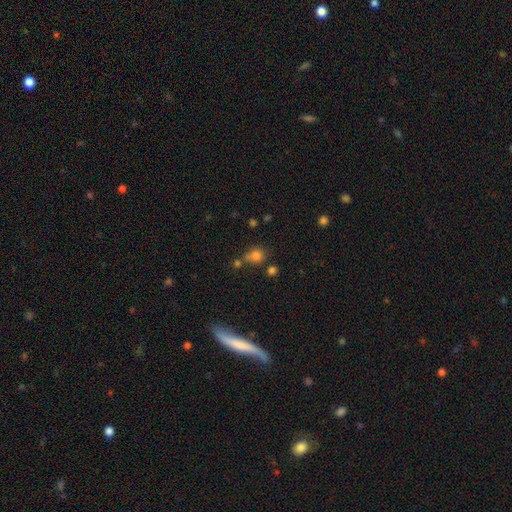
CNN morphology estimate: Smooth or featured?
  - smooth: 77% *
  - star or artifact: 15%
  - featured or disk: 7%
How rounded?
  - round: 75% *
  - in between: 24%
  - cigar-shaped: 1%
Merging?
  - none: 57% *
  - merger: 22%
  - minor disturbance: 15%
  - major disturbance: 6%